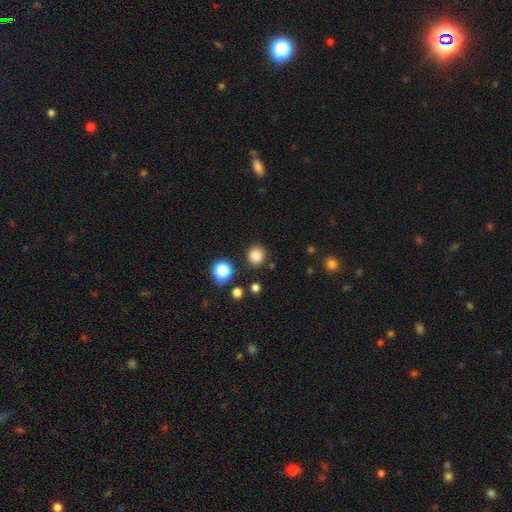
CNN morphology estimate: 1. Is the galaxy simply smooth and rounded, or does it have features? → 83% smooth, 13% star or artifact, 4% featured or disk.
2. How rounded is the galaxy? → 88% round, 11% in between, 1% cigar-shaped.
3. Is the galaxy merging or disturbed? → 86% none, 8% minor disturbance, 3% merger, 3% major disturbance.